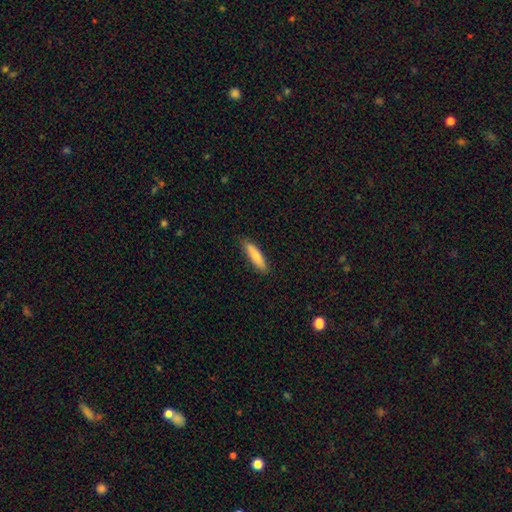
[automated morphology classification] Overall: smooth (81%). How rounded: cigar-shaped (68%; in between 30%). Merging: none (86%).